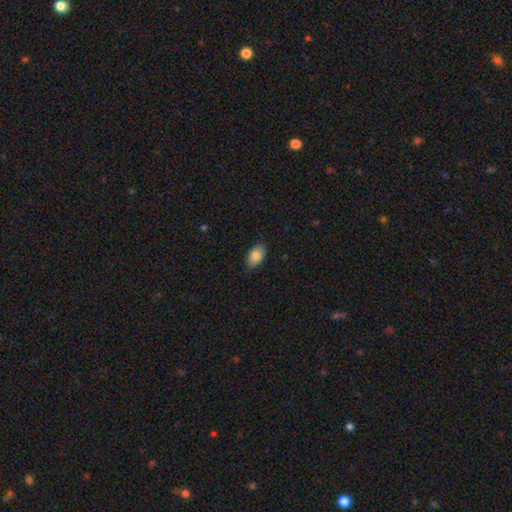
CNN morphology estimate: Smooth or featured? smooth (83%)
How rounded? in between (92%)
Merging? none (83%)